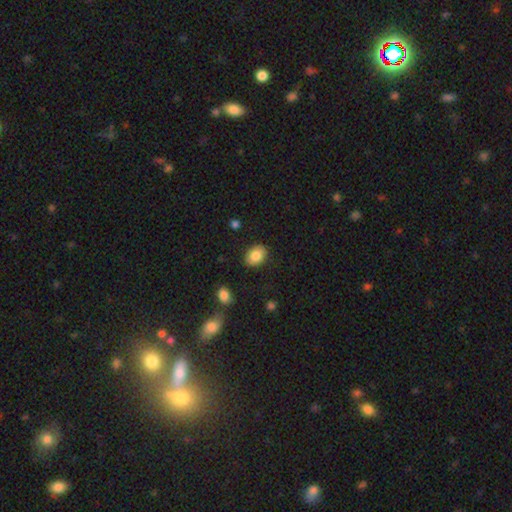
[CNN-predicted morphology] The model was most divided on "how rounded": in between: 62%, round: 37%, cigar-shaped: 1%. More confident: merging — none (86%); smooth or featured — smooth (84%).